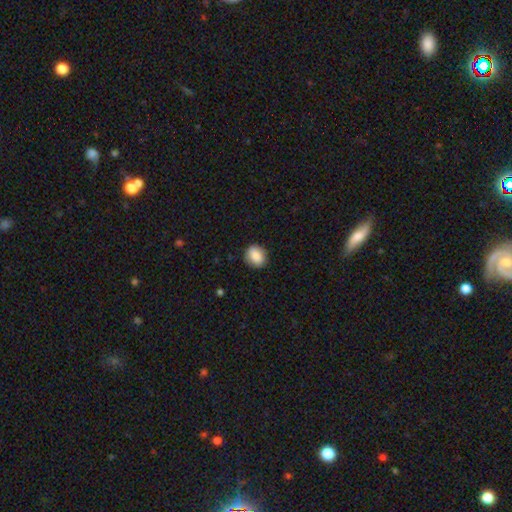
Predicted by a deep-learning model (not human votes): Q: Smooth or featured?
A: smooth (85%); runner-up: star or artifact (8%)
Q: How rounded?
A: round (66%); runner-up: in between (33%)
Q: Merging?
A: none (87%); runner-up: minor disturbance (10%)